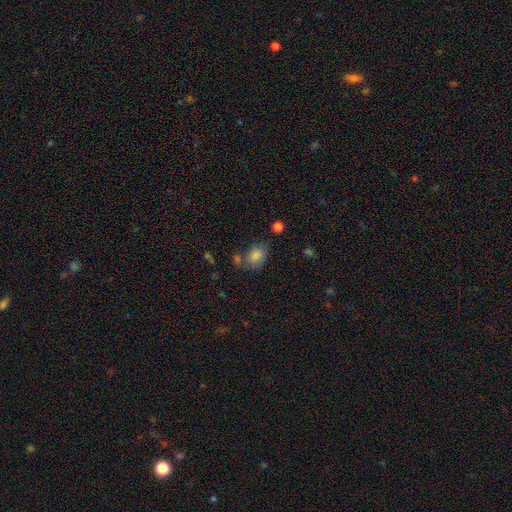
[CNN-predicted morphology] Overall: smooth (84%). How rounded: in between (67%; round 31%). Merging: none (63%).